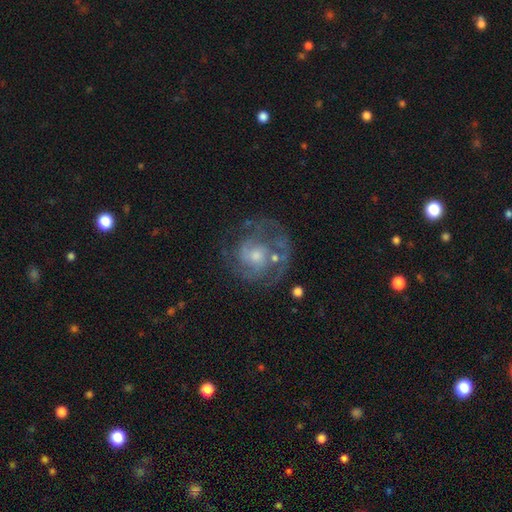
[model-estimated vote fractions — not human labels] Smooth or featured?
  - featured or disk: 78% *
  - smooth: 14%
  - star or artifact: 8%
Edge-on disk?
  - no: 98% *
  - yes: 2%
Bar?
  - no: 70% *
  - weak: 25%
  - strong: 4%
Spiral arms?
  - yes: 85% *
  - no: 15%
Spiral winding?
  - tight: 50% *
  - medium: 38%
  - loose: 12%
Spiral arm count?
  - 2: 37% *
  - can't tell: 30%
  - 3: 15%
  - 1: 10%
  - 4: 4%
  - more than 4: 4%
Bulge size?
  - moderate: 46% *
  - small: 43%
  - none: 5%
  - large: 4%
  - dominant: 1%
Merging?
  - none: 62% *
  - minor disturbance: 17%
  - major disturbance: 16%
  - merger: 5%